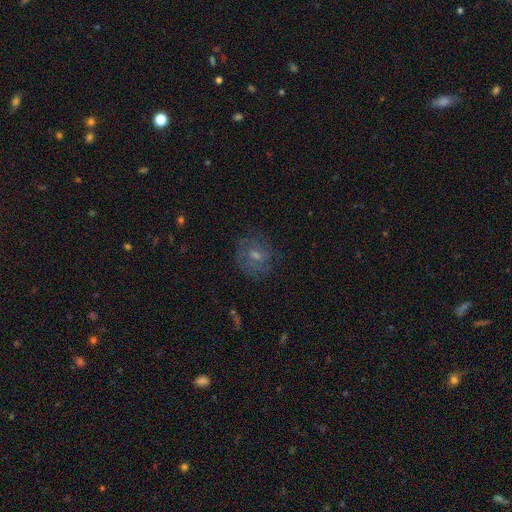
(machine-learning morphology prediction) The model was most divided on "smooth or featured": featured or disk: 51%, smooth: 37%, star or artifact: 12%. More confident: edge-on disk — no (96%); merging — none (70%).